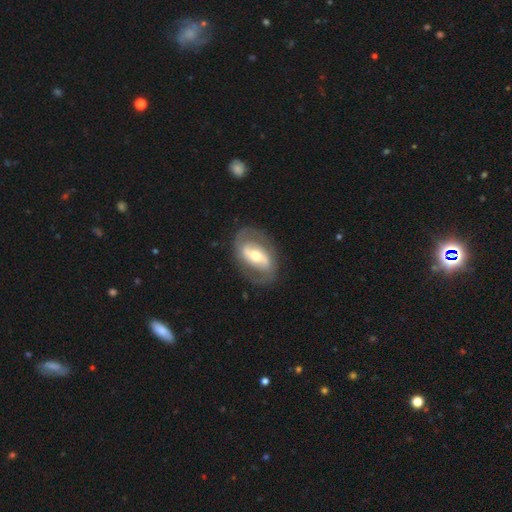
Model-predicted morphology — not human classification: Smooth or featured?
  - featured or disk: 78% *
  - smooth: 17%
  - star or artifact: 5%
Edge-on disk?
  - no: 95% *
  - yes: 5%
Bar?
  - strong: 46% *
  - weak: 33%
  - no: 21%
Spiral arms?
  - yes: 78% *
  - no: 22%
Spiral winding?
  - medium: 45% *
  - tight: 29%
  - loose: 26%
Spiral arm count?
  - 2: 86% *
  - can't tell: 8%
  - 1: 3%
  - 3: 1%
  - 4: 1%
  - more than 4: 1%
Bulge size?
  - moderate: 67% *
  - small: 21%
  - large: 10%
  - dominant: 1%
  - none: 1%
Merging?
  - none: 79% *
  - minor disturbance: 13%
  - major disturbance: 7%
  - merger: 1%